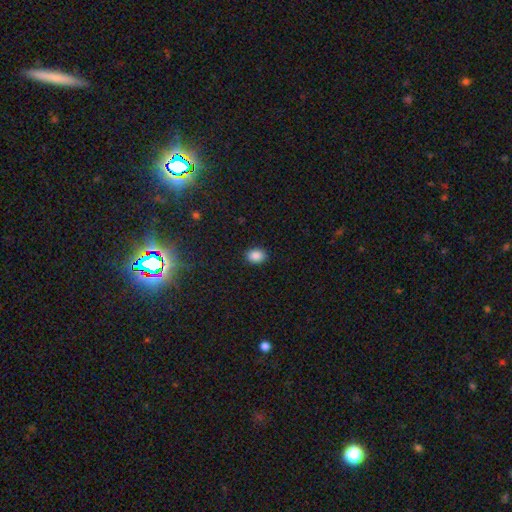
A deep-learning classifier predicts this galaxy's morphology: smooth 88%, star or artifact 9%, featured or disk 3%. Down the decision tree: how rounded — in between (66%); merging — none (89%).